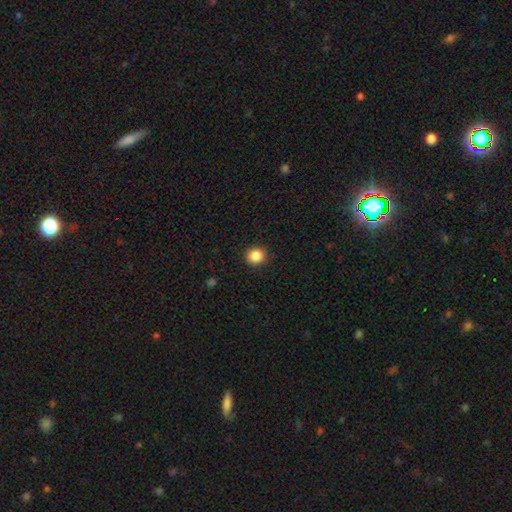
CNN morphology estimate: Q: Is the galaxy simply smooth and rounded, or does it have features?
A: smooth — 87%.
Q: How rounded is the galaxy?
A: round — 87%.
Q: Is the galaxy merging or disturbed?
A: none — 91%.